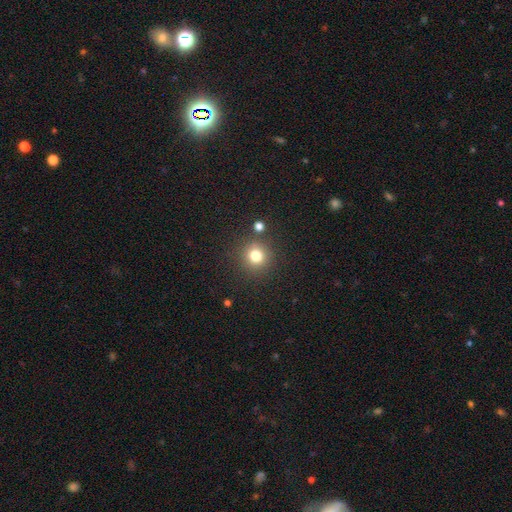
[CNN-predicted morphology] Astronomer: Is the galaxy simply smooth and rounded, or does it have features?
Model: smooth — 79%.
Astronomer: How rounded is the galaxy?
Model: round — 92%.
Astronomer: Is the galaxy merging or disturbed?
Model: none — 85%.